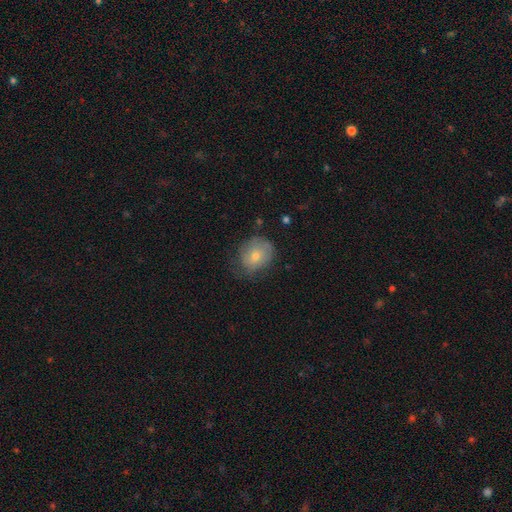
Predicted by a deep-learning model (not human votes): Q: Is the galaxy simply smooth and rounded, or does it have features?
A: smooth — 66%.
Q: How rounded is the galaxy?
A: round — 64%.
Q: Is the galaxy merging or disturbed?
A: none — 58%.